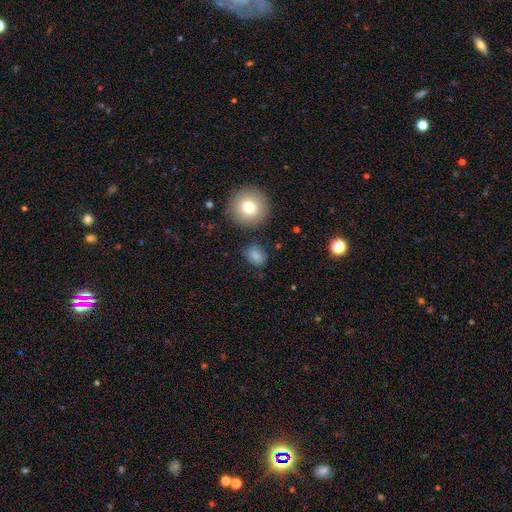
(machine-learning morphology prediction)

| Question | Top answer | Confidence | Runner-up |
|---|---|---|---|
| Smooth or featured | smooth | 79% | star or artifact (13%) |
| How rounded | in between | 53% | round (45%) |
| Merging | none | 71% | minor disturbance (19%) |